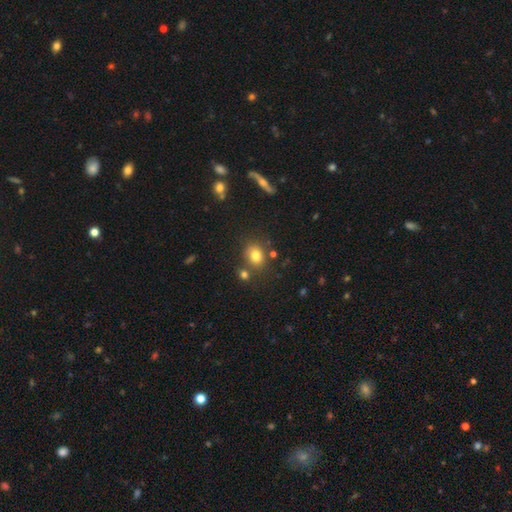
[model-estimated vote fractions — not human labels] Q: Smooth or featured?
A: smooth (78%); runner-up: star or artifact (13%)
Q: How rounded?
A: round (59%); runner-up: in between (40%)
Q: Merging?
A: none (71%); runner-up: merger (12%)